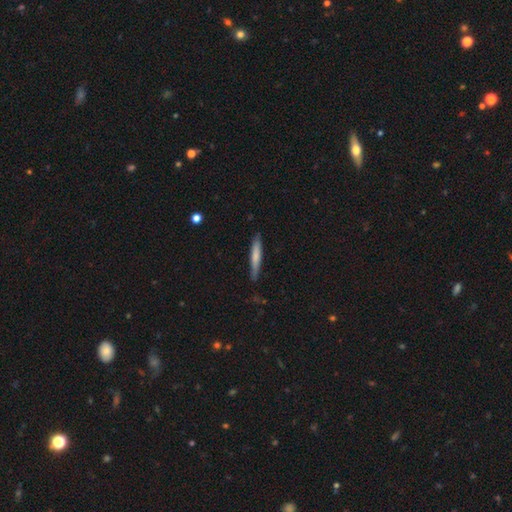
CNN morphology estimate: type=smooth (66%); roundness=cigar-shaped (94%); merging=none (83%).